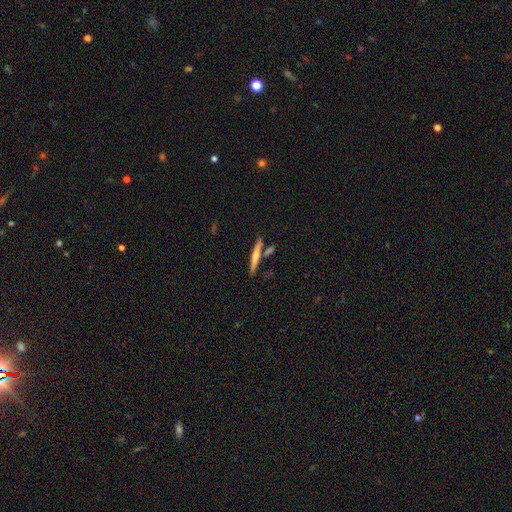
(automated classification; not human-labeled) The model was most divided on "smooth or featured" (2-way tie): featured or disk: 47%, smooth: 47%, star or artifact: 7%. More confident: merging — none (78%).